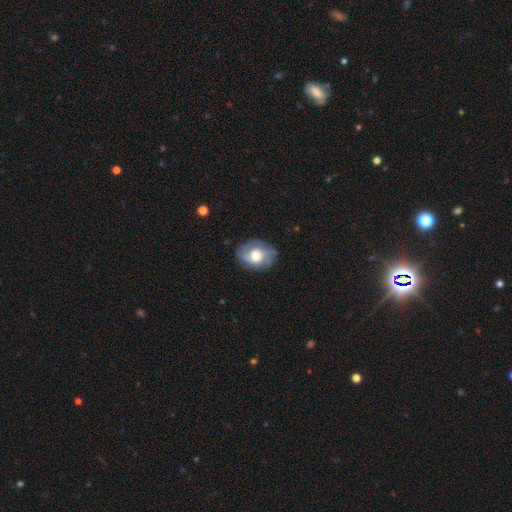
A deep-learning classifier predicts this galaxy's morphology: This appears to be a featured or disk galaxy (52%) with no bar (74%), spiral arms (77%) and a large central bulge (45%). Merging: none (72%).